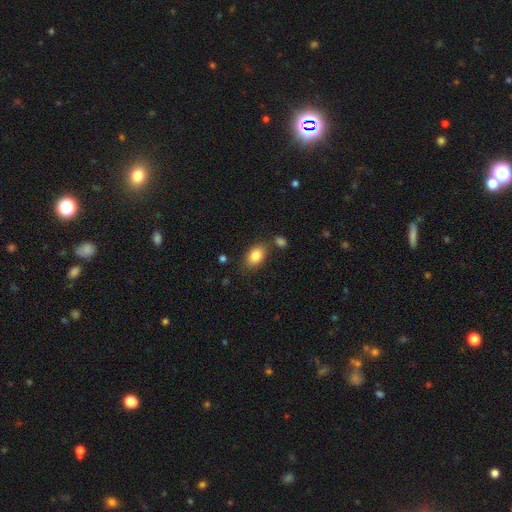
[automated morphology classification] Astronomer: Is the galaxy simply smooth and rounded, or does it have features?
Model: smooth — 84%.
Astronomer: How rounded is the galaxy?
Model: in between — 87%.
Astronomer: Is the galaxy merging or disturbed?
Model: none — 76%.